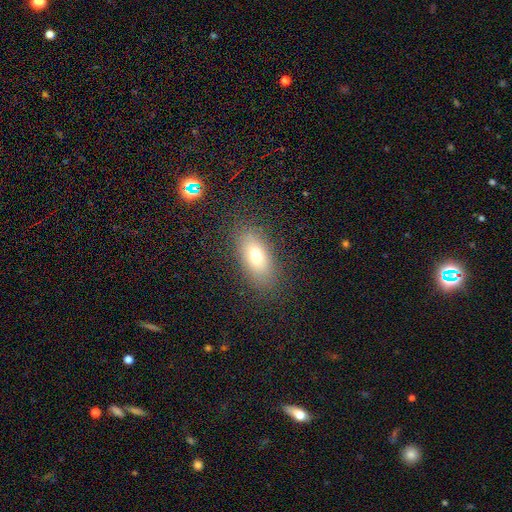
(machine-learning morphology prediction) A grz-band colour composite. It shows a smooth galaxy with no disk features (72%) that is in between round and cigar-shaped (85%). Merging: none (84%).